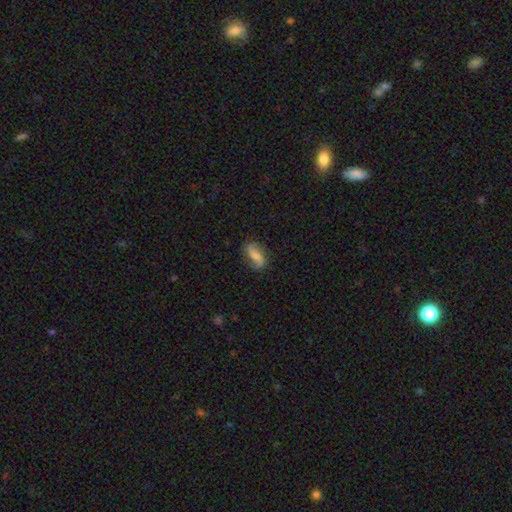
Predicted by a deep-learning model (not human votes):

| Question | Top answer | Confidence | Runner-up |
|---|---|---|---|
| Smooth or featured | smooth | 49% | featured or disk (43%) |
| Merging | none | 73% | minor disturbance (20%) |